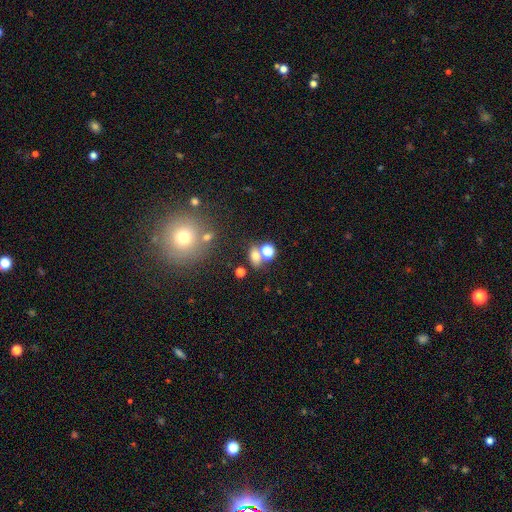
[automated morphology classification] This appears to be a smooth galaxy with no disk features (66%) that is in between round and cigar-shaped (69%). Merging: none (59%).